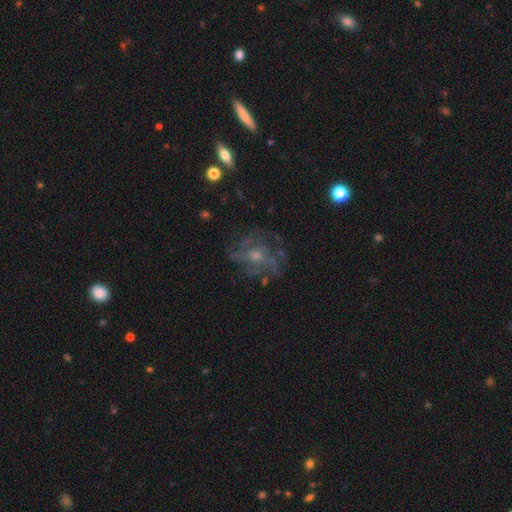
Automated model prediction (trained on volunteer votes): Q: Smooth or featured?
A: featured or disk (70%); runner-up: smooth (15%)
Q: Edge-on disk?
A: no (97%); runner-up: yes (3%)
Q: Bar?
A: no (77%); runner-up: weak (20%)
Q: Spiral arms?
A: yes (74%); runner-up: no (26%)
Q: Spiral winding?
A: medium (43%); runner-up: tight (36%)
Q: Spiral arm count?
A: can't tell (43%); runner-up: 3 (17%)
Q: Bulge size?
A: moderate (49%); runner-up: small (41%)
Q: Merging?
A: none (67%); runner-up: minor disturbance (16%)